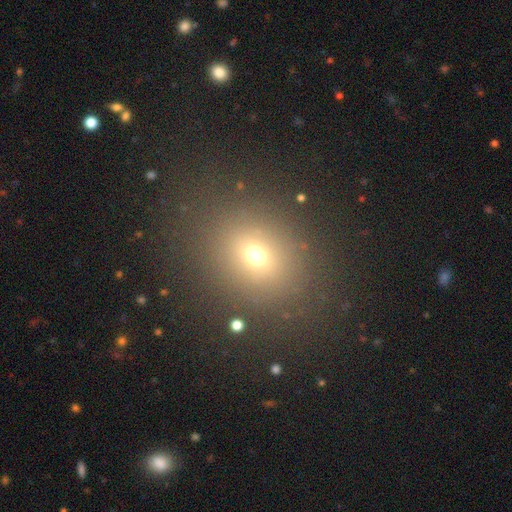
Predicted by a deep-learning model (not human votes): smooth 65%, star or artifact 23%, featured or disk 12%. Down the decision tree: how rounded — round (59%); merging — none (84%).